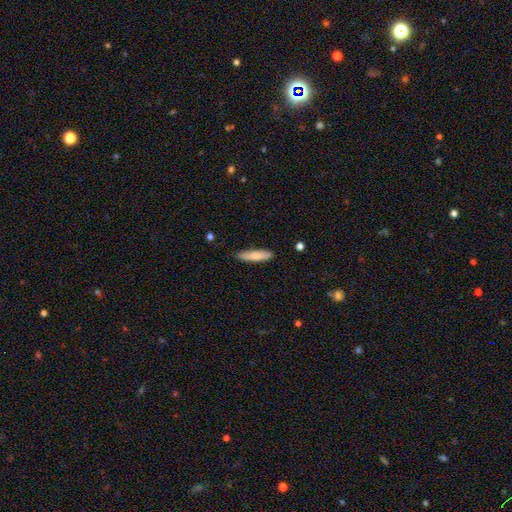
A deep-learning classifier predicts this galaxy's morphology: This is likely a smooth galaxy (79%). How rounded: likely cigar-shaped (77%). Merging: clearly none (86%).